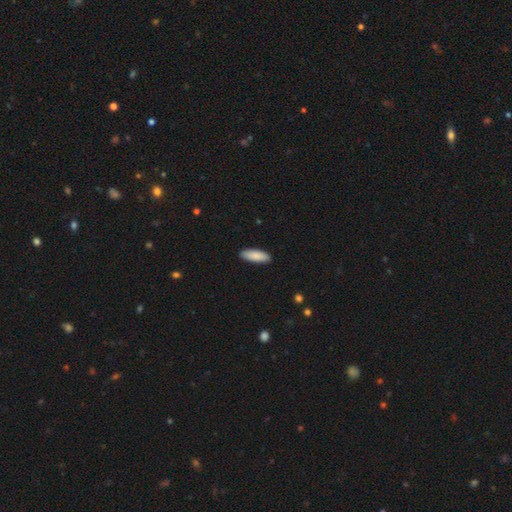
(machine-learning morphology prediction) smooth_or_featured: smooth (p=0.89) [alt: featured or disk p=0.06]
how_rounded: in between (p=0.61) [alt: cigar-shaped p=0.38]
merging: none (p=0.90) [alt: minor disturbance p=0.08]